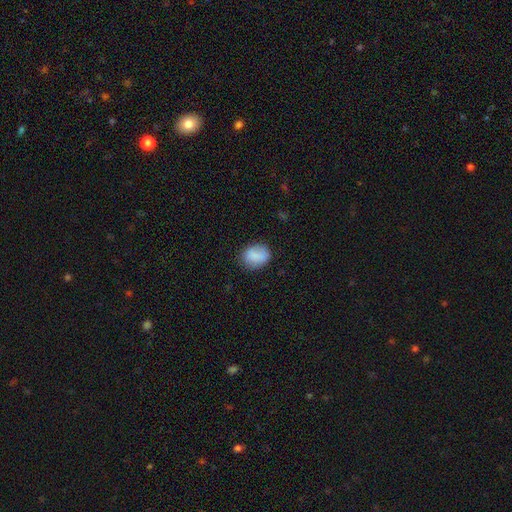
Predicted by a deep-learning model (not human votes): Overall: smooth (82%). How rounded: in between (54%; round 44%). Merging: none (76%).